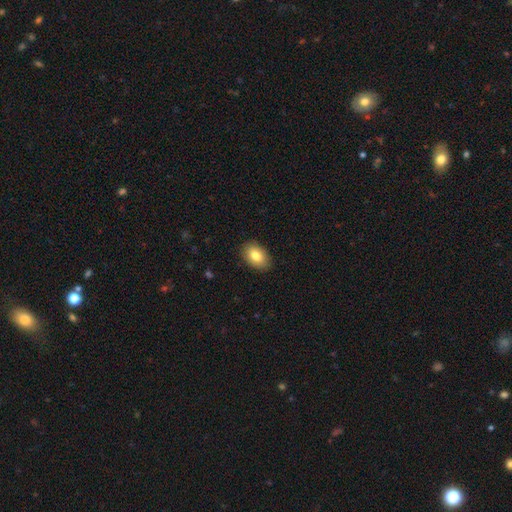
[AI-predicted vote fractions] smooth_or_featured: smooth (p=0.83) [alt: featured or disk p=0.10]
how_rounded: in between (p=0.88) [alt: round p=0.11]
merging: none (p=0.89) [alt: minor disturbance p=0.08]